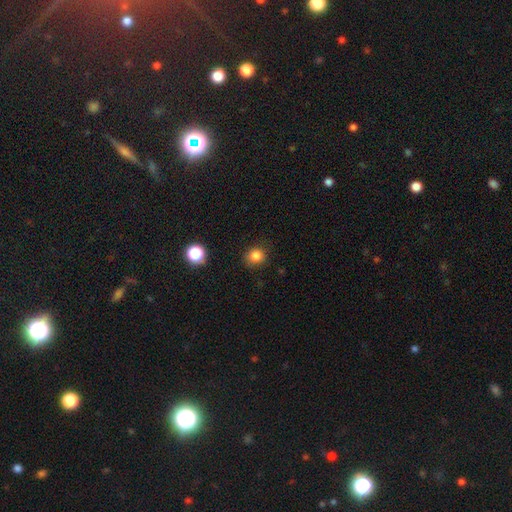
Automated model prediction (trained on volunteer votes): Smooth or featured: smooth — 83% (star or artifact — 13%)
How rounded: round — 82% (in between — 17%)
Merging: none — 85% (minor disturbance — 11%)